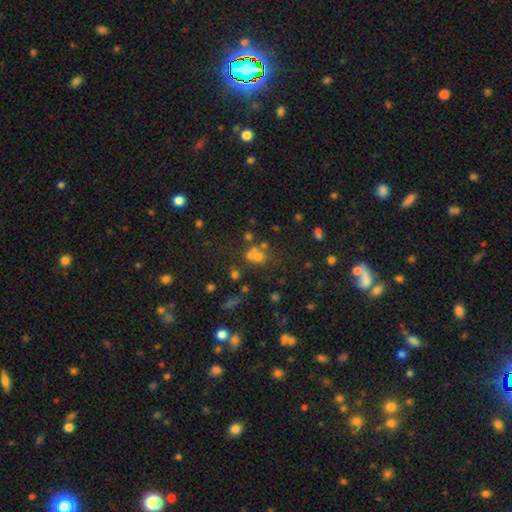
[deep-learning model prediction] smooth_or_featured: smooth (p=0.51) [alt: star or artifact p=0.28]
how_rounded: round (p=0.76) [alt: in between p=0.22]
merging: none (p=0.42) [alt: merger p=0.41]